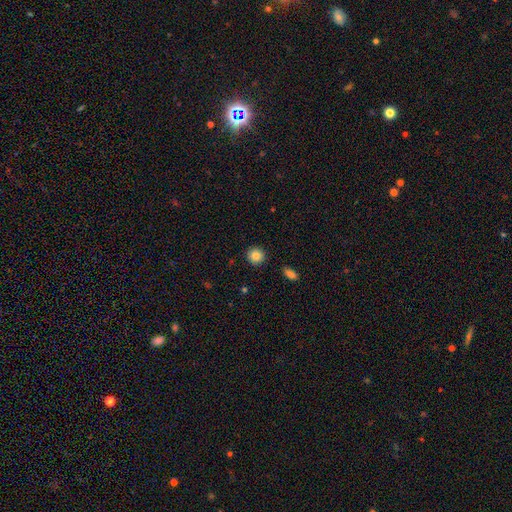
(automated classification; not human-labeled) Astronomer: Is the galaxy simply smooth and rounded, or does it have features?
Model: smooth — 84%.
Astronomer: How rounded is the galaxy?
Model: round — 93%.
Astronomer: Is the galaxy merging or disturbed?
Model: none — 91%.